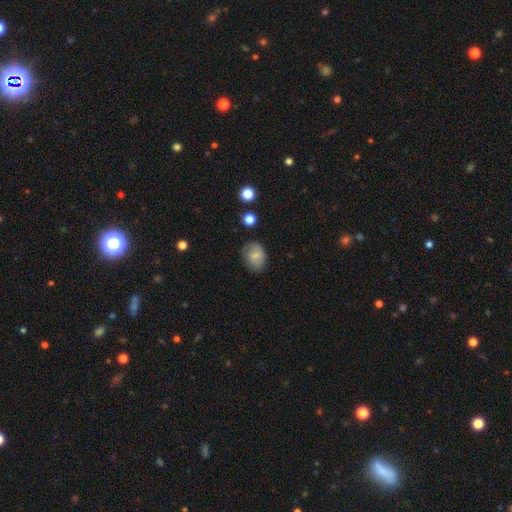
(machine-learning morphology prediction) This is likely a smooth galaxy (74%). How rounded: possibly in between (55%). Merging: likely none (74%).